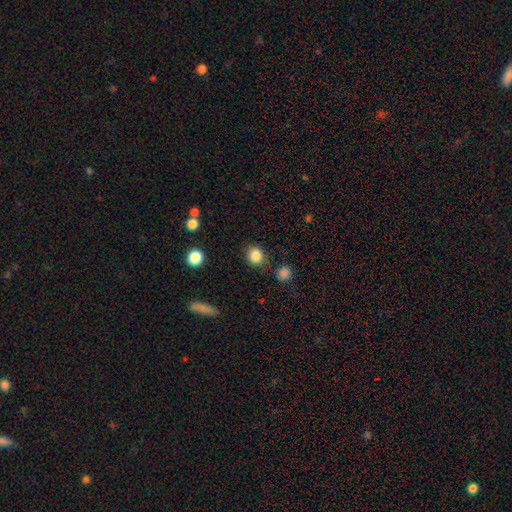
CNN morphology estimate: Smooth or featured: smooth — 86% (star or artifact — 10%)
How rounded: round — 72% (in between — 26%)
Merging: none — 81% (minor disturbance — 12%)